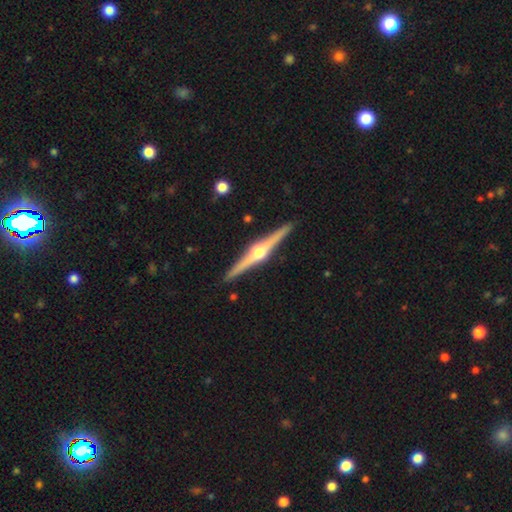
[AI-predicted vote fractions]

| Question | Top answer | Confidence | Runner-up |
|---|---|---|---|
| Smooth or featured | featured or disk | 78% | smooth (15%) |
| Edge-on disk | yes | 97% | no (3%) |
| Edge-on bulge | rounded | 90% | boxy (5%) |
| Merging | none | 88% | minor disturbance (8%) |